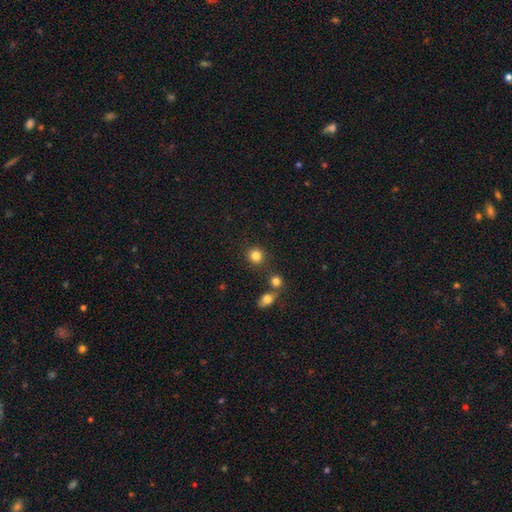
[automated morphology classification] Smooth or featured?
  - smooth: 83% *
  - star or artifact: 11%
  - featured or disk: 5%
How rounded?
  - round: 89% *
  - in between: 10%
  - cigar-shaped: 1%
Merging?
  - none: 82% *
  - minor disturbance: 7%
  - merger: 7%
  - major disturbance: 3%